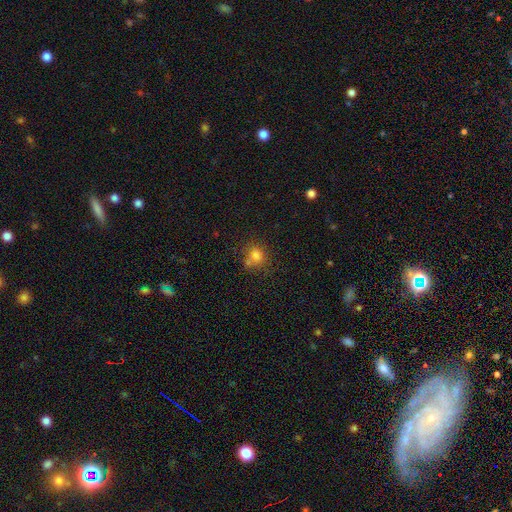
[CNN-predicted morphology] Smooth or featured? Predicted: smooth (p=0.77). How rounded? Predicted: round (p=0.73). Merging? Predicted: none (p=0.58).